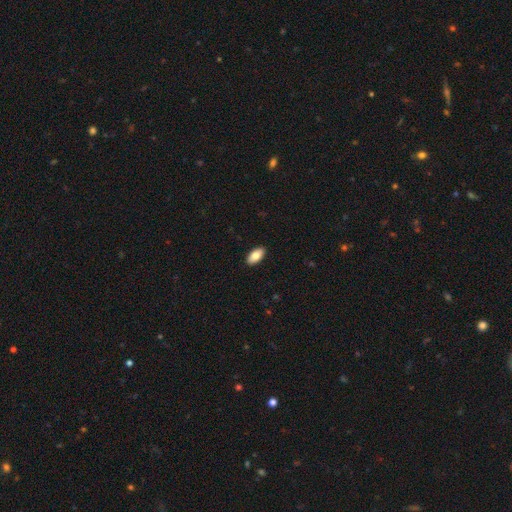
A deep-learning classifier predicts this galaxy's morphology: This appears to be a smooth galaxy with no disk features (83%) that is in between round and cigar-shaped (93%). Merging: none (91%).